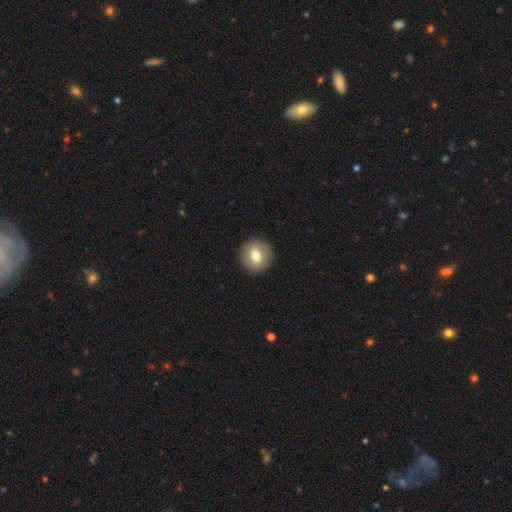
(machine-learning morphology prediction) This appears to be a smooth galaxy with no disk features (69%) that is round (90%). Merging: none (91%).